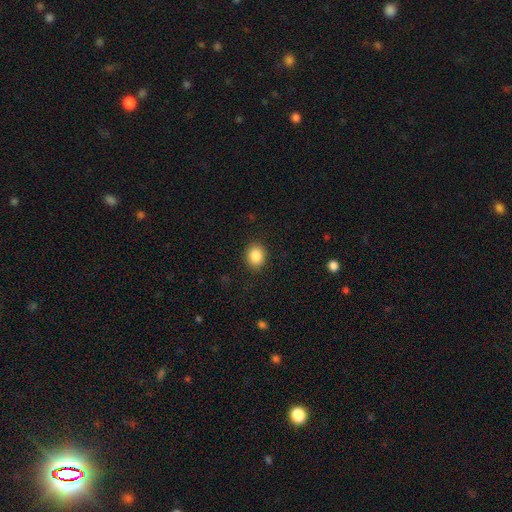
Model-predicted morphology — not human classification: Smooth or featured?
  - smooth: 86% *
  - star or artifact: 9%
  - featured or disk: 5%
How rounded?
  - round: 59% *
  - in between: 40%
  - cigar-shaped: 1%
Merging?
  - none: 90% *
  - minor disturbance: 7%
  - major disturbance: 2%
  - merger: 1%